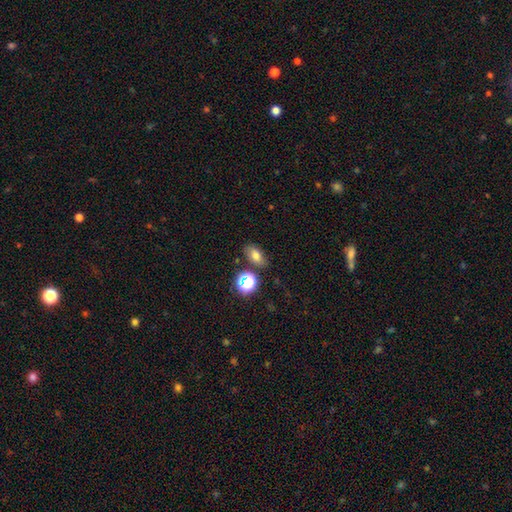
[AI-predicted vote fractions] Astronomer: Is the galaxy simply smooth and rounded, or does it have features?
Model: smooth — 70%.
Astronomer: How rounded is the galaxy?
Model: in between — 81%.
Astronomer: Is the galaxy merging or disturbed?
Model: none — 75%.